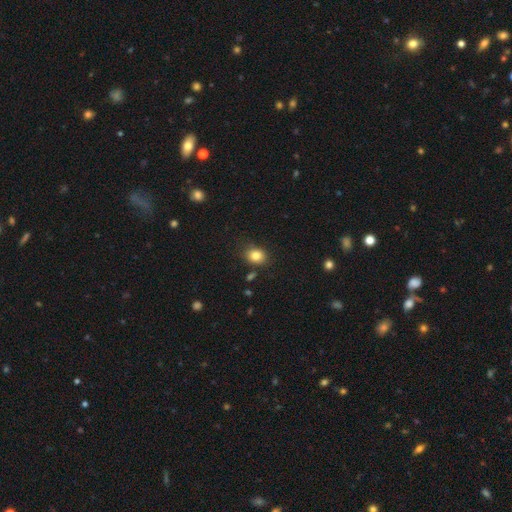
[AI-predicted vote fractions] Morphology: type=smooth (83%); roundness=round (52%); merging=none (79%).